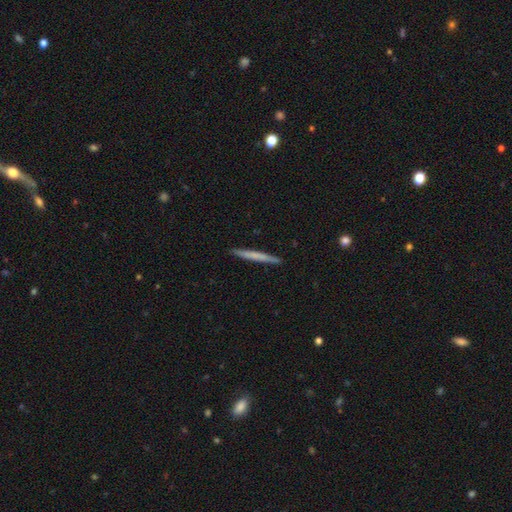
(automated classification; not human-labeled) Overall: smooth (60%; featured or disk 35%). How rounded: cigar-shaped (97%). Merging: none (92%).